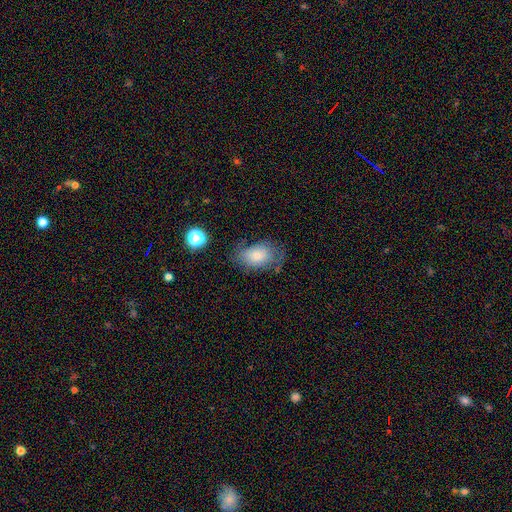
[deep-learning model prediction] Morphology: type=smooth (69%); roundness=in between (85%); merging=none (57%).